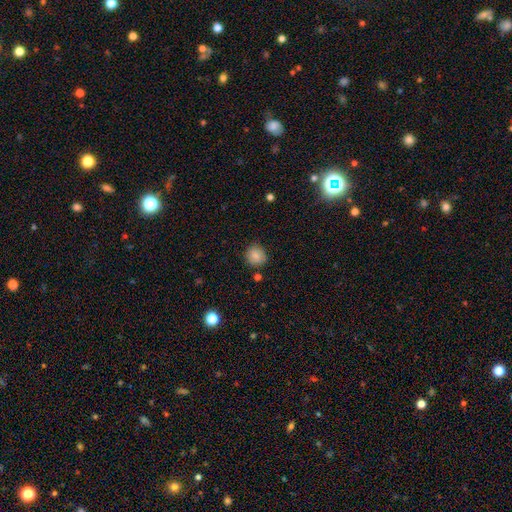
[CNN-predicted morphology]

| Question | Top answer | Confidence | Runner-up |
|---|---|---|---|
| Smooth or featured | smooth | 85% | star or artifact (9%) |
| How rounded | round | 88% | in between (11%) |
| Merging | none | 84% | minor disturbance (11%) |